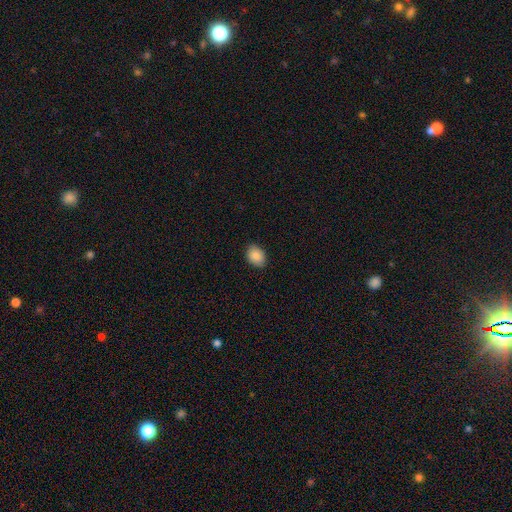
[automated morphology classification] This is clearly a smooth galaxy (88%). How rounded: likely in between (74%). Merging: clearly none (86%).